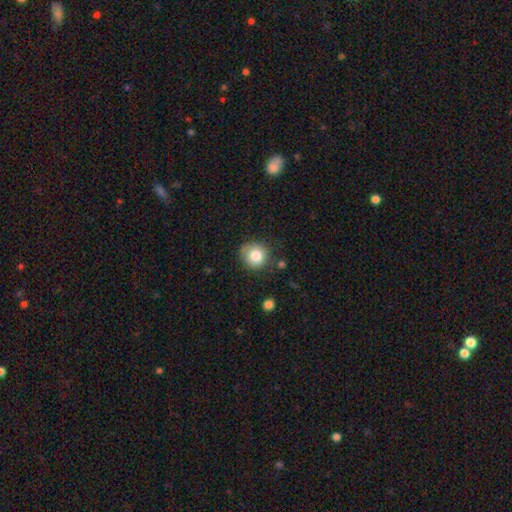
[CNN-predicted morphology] A smooth galaxy with no disk features (82%) that is round (89%).

Vote fractions:
- Smooth or featured? smooth: 82% / star or artifact: 10% / featured or disk: 8%
- How rounded? round: 89% / in between: 10% / cigar-shaped: 1%
- Merging? none: 74% / minor disturbance: 18% / major disturbance: 5% / merger: 3%